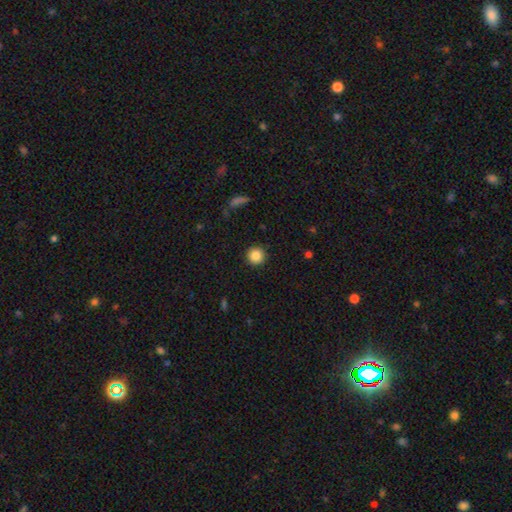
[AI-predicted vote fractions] smooth 85%, star or artifact 10%, featured or disk 5%. Down the decision tree: how rounded — round (95%); merging — none (91%).